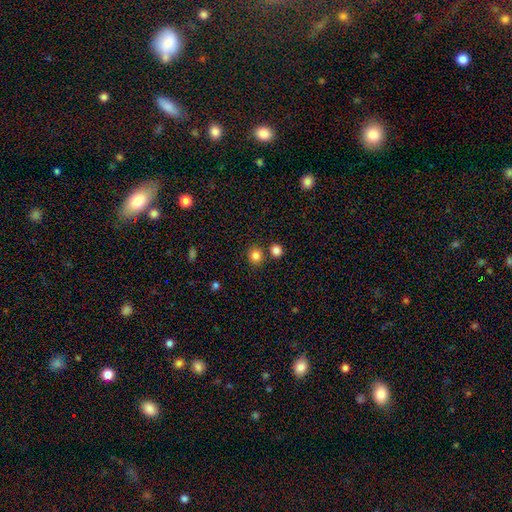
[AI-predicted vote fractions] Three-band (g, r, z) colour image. It shows a smooth galaxy with no disk features (84%) that is round (85%). Merging: none (78%).